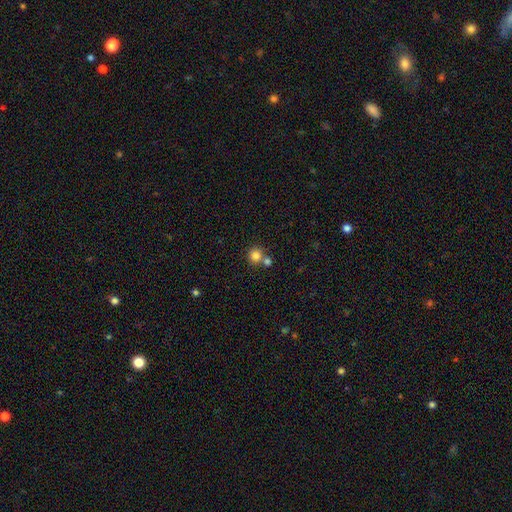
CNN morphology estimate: Smooth or featured? smooth (82%)
How rounded? round (92%)
Merging? none (60%)